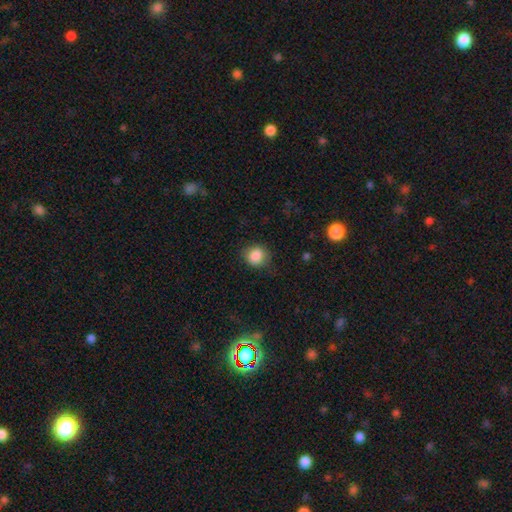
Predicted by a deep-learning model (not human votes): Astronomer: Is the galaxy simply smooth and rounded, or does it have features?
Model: smooth — 86%.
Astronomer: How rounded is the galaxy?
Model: round — 79%.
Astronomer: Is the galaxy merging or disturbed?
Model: none — 77%.